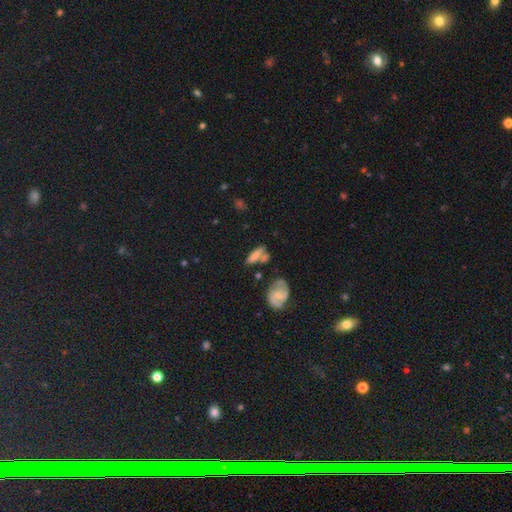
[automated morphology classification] This is possibly a smooth galaxy (55%). How rounded: possibly in between (54%). Merging: possibly none (46%).